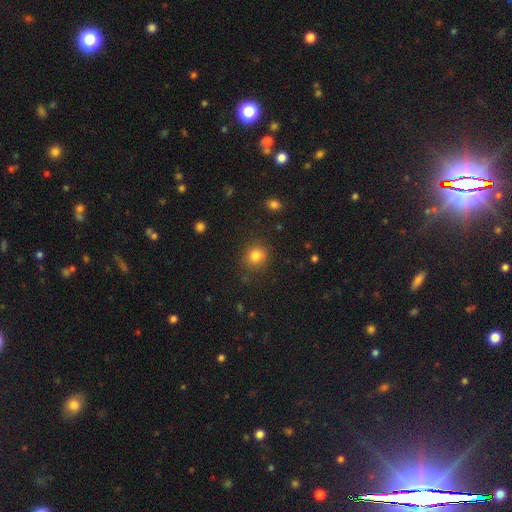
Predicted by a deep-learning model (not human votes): This is clearly a smooth galaxy (82%). How rounded: clearly round (82%). Merging: clearly none (83%).